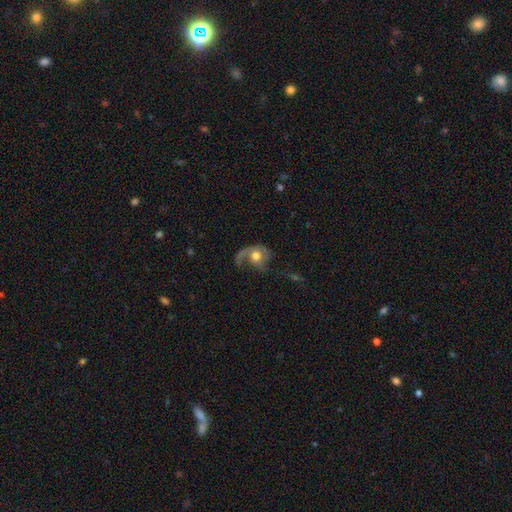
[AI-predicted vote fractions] Q: Smooth or featured?
A: featured or disk (70%); runner-up: smooth (24%)
Q: Edge-on disk?
A: no (97%); runner-up: yes (3%)
Q: Bar?
A: no (79%); runner-up: weak (18%)
Q: Spiral arms?
A: yes (89%); runner-up: no (11%)
Q: Spiral winding?
A: loose (42%); runner-up: medium (38%)
Q: Spiral arm count?
A: 1 (59%); runner-up: 2 (30%)
Q: Bulge size?
A: moderate (65%); runner-up: large (24%)
Q: Merging?
A: major disturbance (41%); runner-up: none (36%)